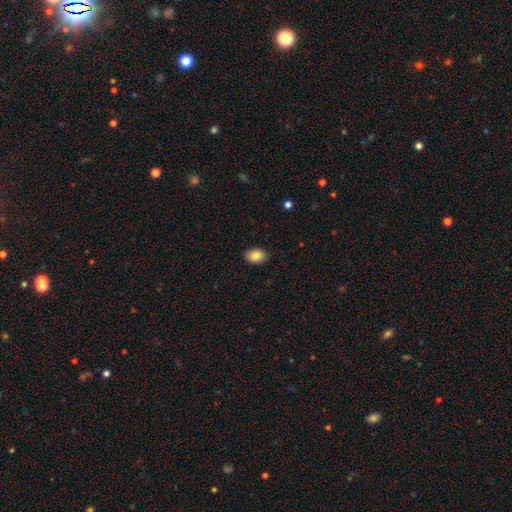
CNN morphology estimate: Smooth or featured: smooth — 86% (star or artifact — 7%)
How rounded: in between — 85% (round — 14%)
Merging: none — 88% (minor disturbance — 9%)